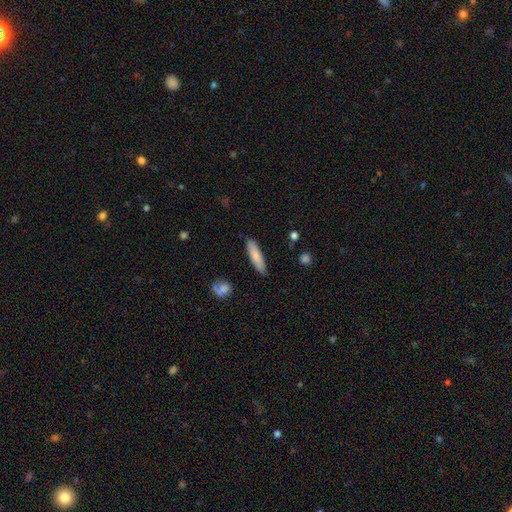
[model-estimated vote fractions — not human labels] Overall: smooth (79%). How rounded: cigar-shaped (69%). Merging: none (85%).